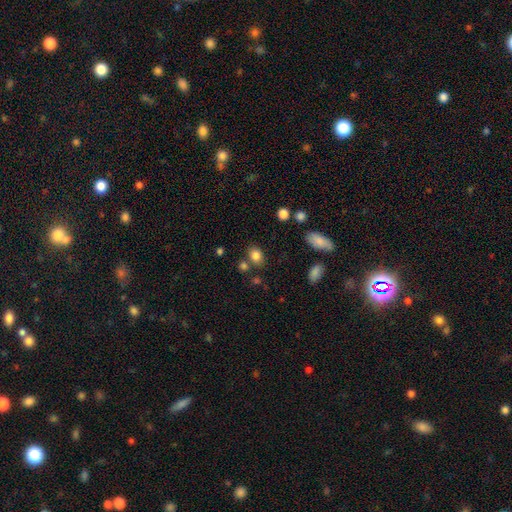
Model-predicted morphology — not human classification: type=smooth (83%); roundness=in between (59%); merging=none (72%).